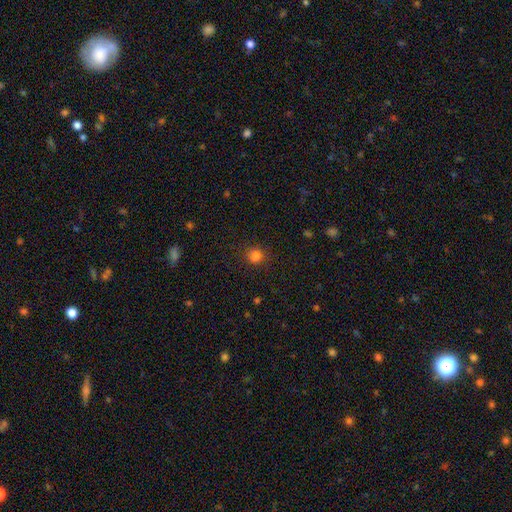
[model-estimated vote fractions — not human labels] Morphology: type=smooth (81%); roundness=round (86%); merging=none (84%).